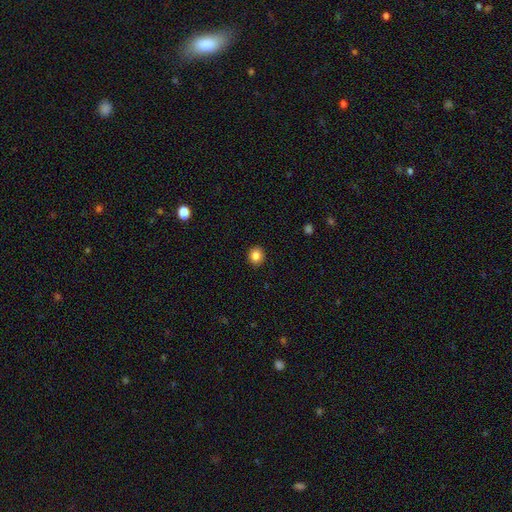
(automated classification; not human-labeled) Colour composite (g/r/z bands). It shows a smooth galaxy with no disk features (85%) that is round (81%). Merging: none (91%).